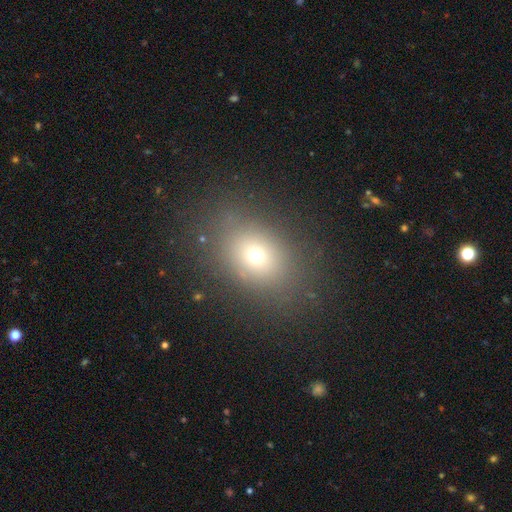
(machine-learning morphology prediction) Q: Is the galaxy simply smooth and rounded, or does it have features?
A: smooth — 66%.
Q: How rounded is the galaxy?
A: in between — 59%.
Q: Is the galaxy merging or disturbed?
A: none — 82%.